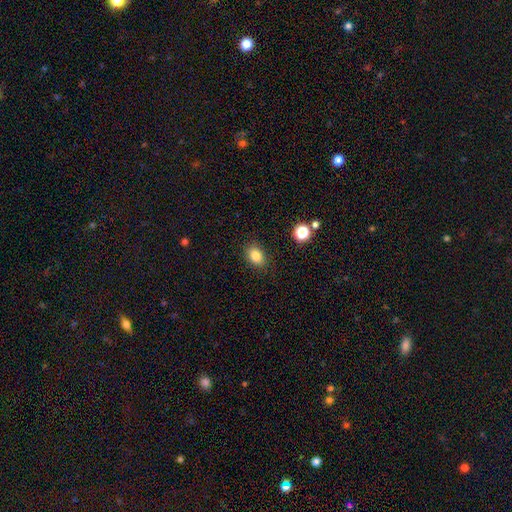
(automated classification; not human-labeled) This appears to be a smooth galaxy with no disk features (83%) that is in between round and cigar-shaped (72%). Merging: none (87%).